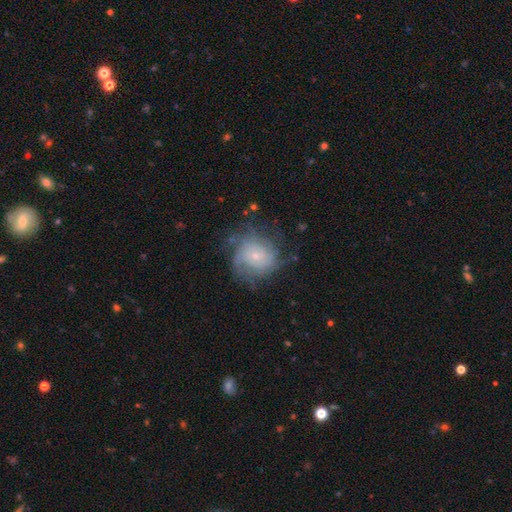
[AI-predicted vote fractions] Smooth or featured? featured or disk (64%)
Edge-on disk? no (97%)
Bar? no (78%)
Spiral arms? yes (84%)
Spiral winding? tight (57%)
Spiral arm count? can't tell (50%)
Bulge size? small (75%)
Merging? none (62%)